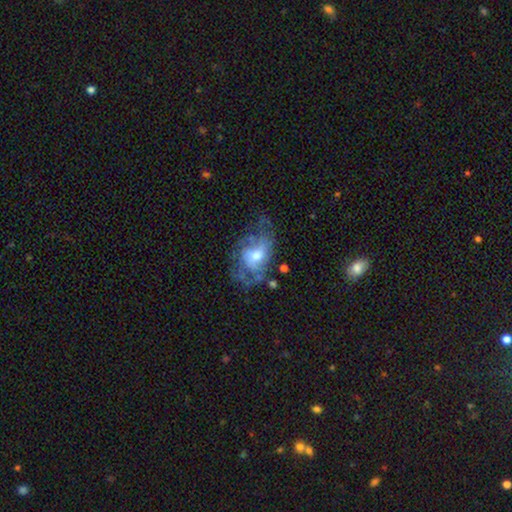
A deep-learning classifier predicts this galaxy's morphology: featured or disk 65%, smooth 27%, star or artifact 8%. Down the decision tree: edge-on disk — no (96%); bar — no (69%); spiral arms — yes (61%); bulge size — moderate (59%); merging — none (42%).